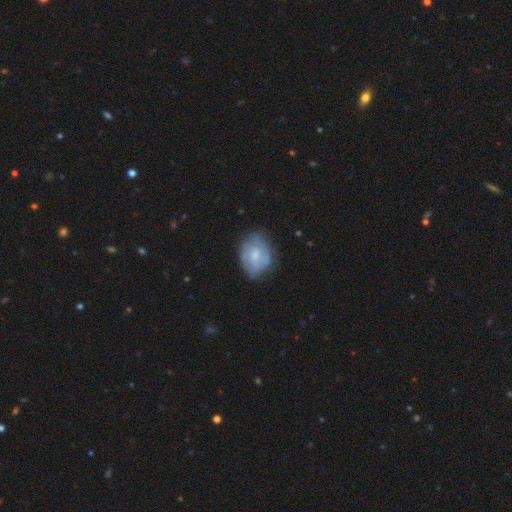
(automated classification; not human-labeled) The model was most divided on "smooth or featured": featured or disk: 49%, smooth: 44%, star or artifact: 7%. More confident: merging — none (64%).